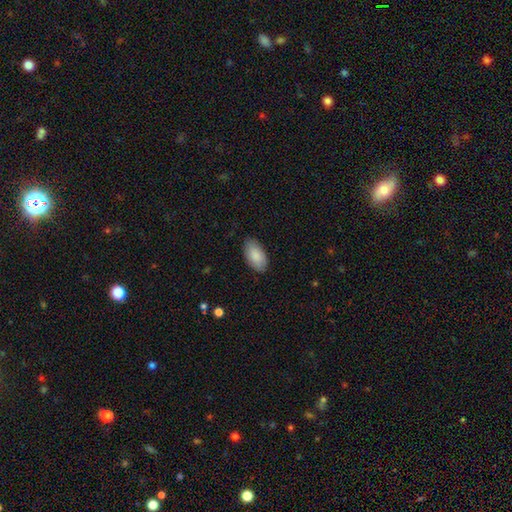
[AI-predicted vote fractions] A smooth galaxy with no disk features (88%) that is in between round and cigar-shaped (95%).

Vote fractions:
- Smooth or featured? smooth: 88% / featured or disk: 7% / star or artifact: 5%
- How rounded? in between: 95% / round: 3% / cigar-shaped: 2%
- Merging? none: 85% / minor disturbance: 12% / major disturbance: 2% / merger: 1%